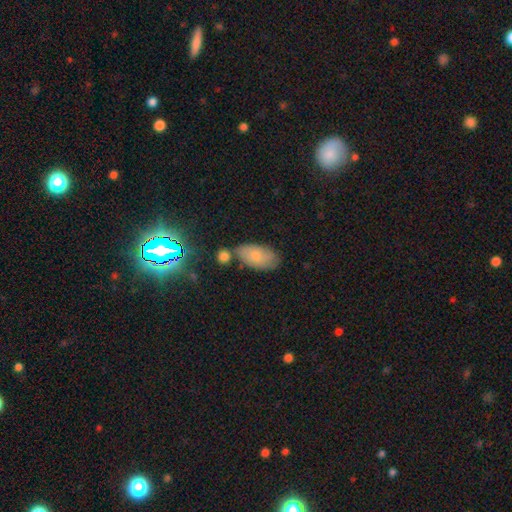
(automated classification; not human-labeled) Smooth or featured: smooth — 67% (featured or disk — 21%)
How rounded: in between — 93% (round — 4%)
Merging: none — 63% (minor disturbance — 20%)